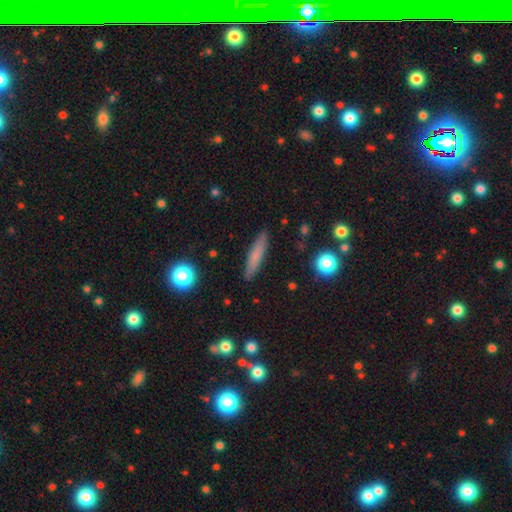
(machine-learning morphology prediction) Q: Smooth or featured?
A: smooth (73%); runner-up: featured or disk (20%)
Q: How rounded?
A: cigar-shaped (89%); runner-up: in between (10%)
Q: Merging?
A: none (89%); runner-up: minor disturbance (8%)